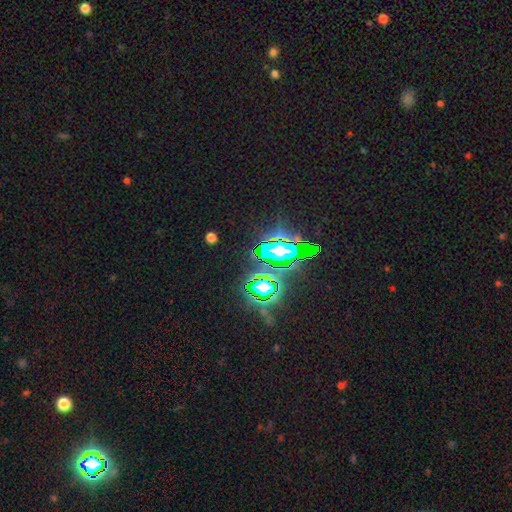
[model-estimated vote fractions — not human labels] Morphology: type=star or artifact (79%).